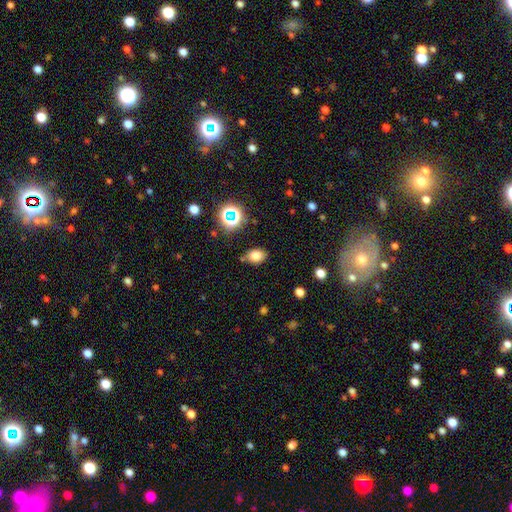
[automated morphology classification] smooth_or_featured: smooth (p=0.76) [alt: star or artifact p=0.16]
how_rounded: in between (p=0.74) [alt: round p=0.25]
merging: none (p=0.77) [alt: minor disturbance p=0.15]